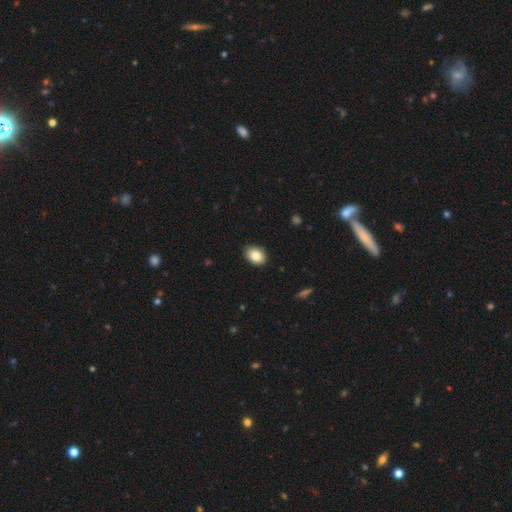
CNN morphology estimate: Smooth or featured? smooth (86%)
How rounded? in between (80%)
Merging? none (88%)